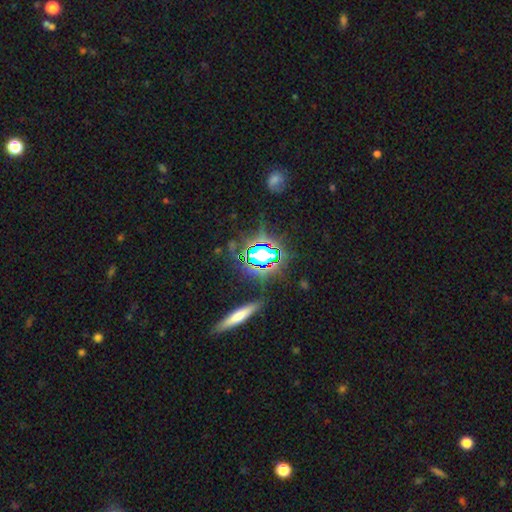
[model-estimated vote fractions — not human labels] A star or artifact, not a galaxy (56%).